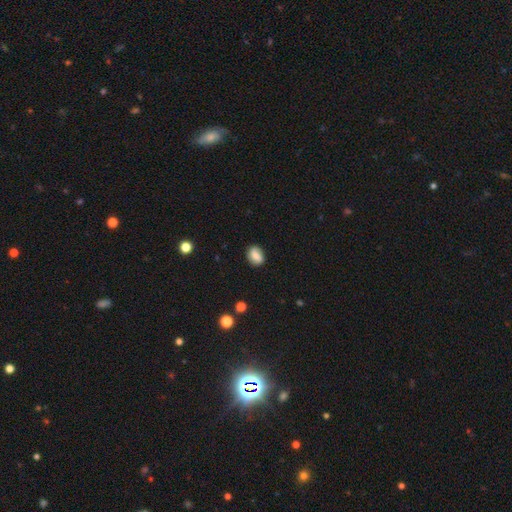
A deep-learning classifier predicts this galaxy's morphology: Q: Smooth or featured?
A: smooth (78%); runner-up: featured or disk (13%)
Q: How rounded?
A: in between (72%); runner-up: round (27%)
Q: Merging?
A: none (82%); runner-up: minor disturbance (14%)